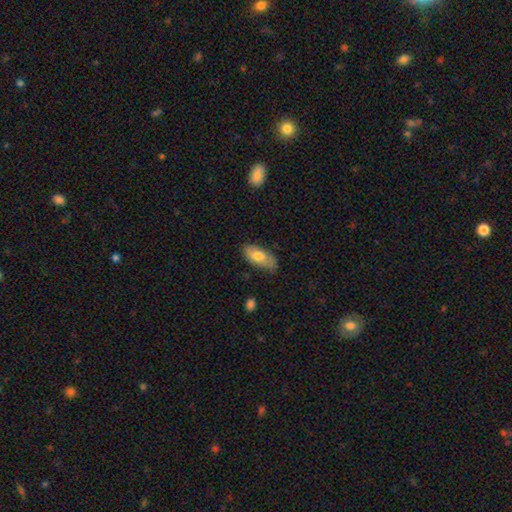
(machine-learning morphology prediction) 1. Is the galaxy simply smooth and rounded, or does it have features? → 67% smooth, 26% featured or disk, 7% star or artifact.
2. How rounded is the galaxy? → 86% in between, 11% cigar-shaped, 3% round.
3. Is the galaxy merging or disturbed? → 79% none, 17% minor disturbance, 3% major disturbance, 1% merger.